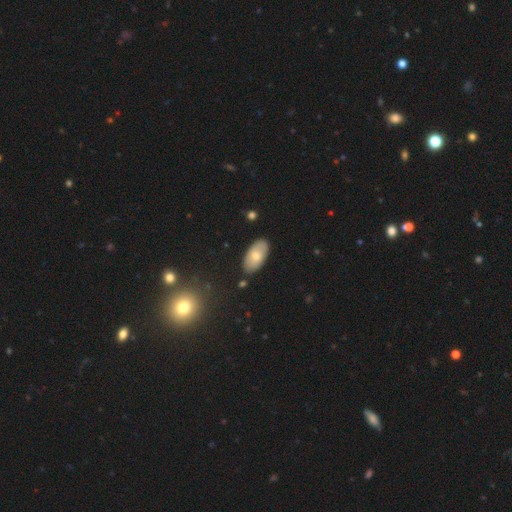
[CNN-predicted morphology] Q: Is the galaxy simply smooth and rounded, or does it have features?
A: smooth — 69%.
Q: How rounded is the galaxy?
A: in between — 94%.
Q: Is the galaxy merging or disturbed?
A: none — 84%.